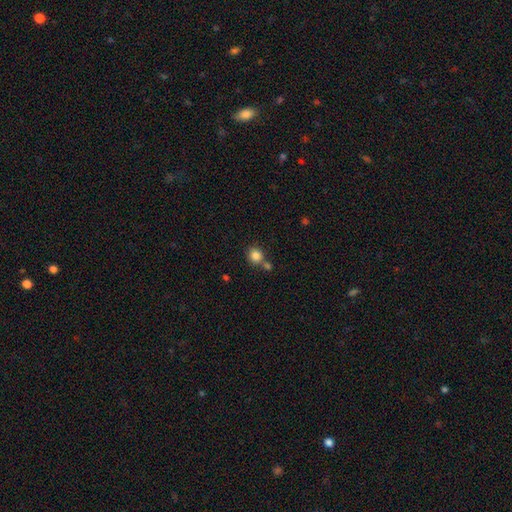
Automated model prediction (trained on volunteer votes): Smooth or featured? smooth (84%)
How rounded? round (86%)
Merging? none (65%)